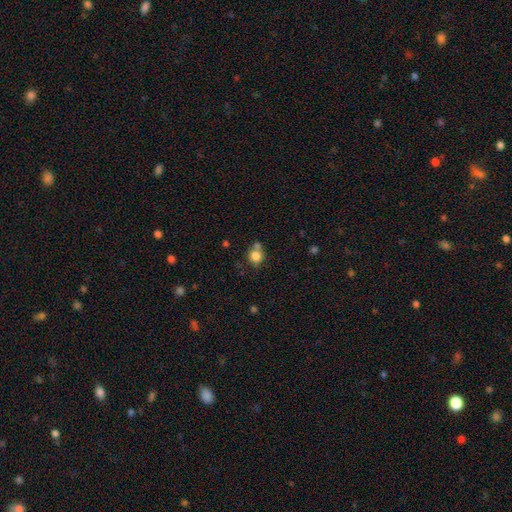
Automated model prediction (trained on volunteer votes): smooth 82%, star or artifact 11%, featured or disk 8%. Down the decision tree: how rounded — round (85%); merging — none (57%).